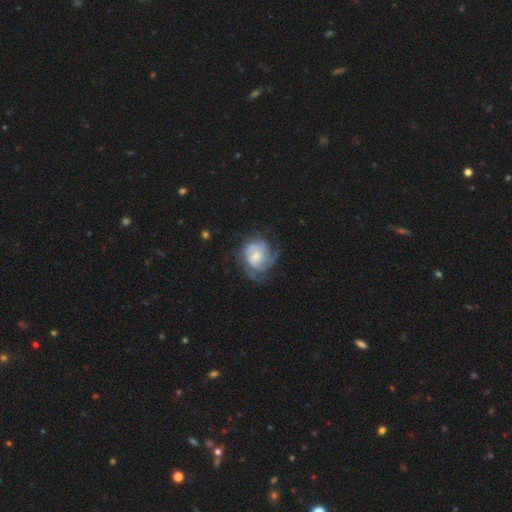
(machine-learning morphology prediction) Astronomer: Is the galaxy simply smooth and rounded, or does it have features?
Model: featured or disk — 66%.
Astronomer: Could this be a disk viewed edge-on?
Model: no — 98%.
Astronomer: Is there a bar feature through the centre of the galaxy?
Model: no — 67%.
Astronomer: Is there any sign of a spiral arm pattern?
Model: yes — 83%.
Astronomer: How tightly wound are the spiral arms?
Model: tight — 47% (runner-up: medium, 38%).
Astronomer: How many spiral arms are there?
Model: can't tell — 41% (runner-up: 2, 23%).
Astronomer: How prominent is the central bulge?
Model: moderate — 44% (runner-up: small, 36%).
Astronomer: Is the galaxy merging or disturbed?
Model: none — 54%.